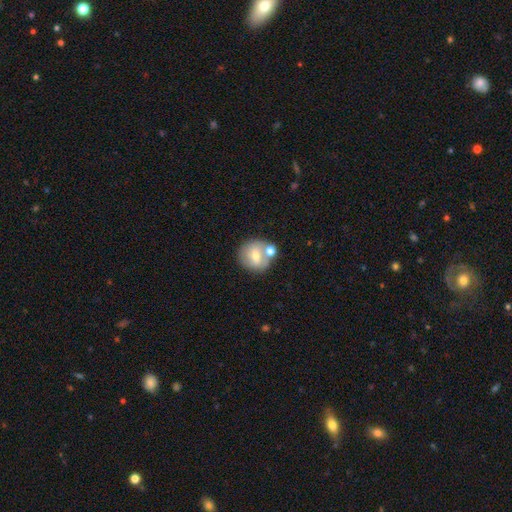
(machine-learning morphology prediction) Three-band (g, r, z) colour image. It shows a smooth galaxy with no disk features (59%) that is round (85%). Merging: none (56%).